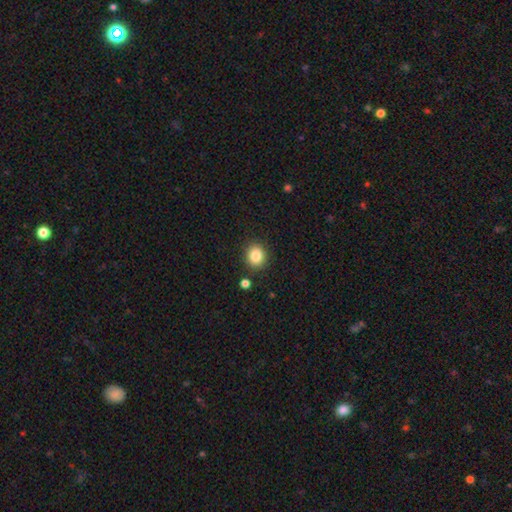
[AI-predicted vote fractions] Smooth or featured?
  - smooth: 85% *
  - star or artifact: 10%
  - featured or disk: 5%
How rounded?
  - round: 76% *
  - in between: 23%
  - cigar-shaped: 1%
Merging?
  - none: 87% *
  - minor disturbance: 8%
  - merger: 3%
  - major disturbance: 2%